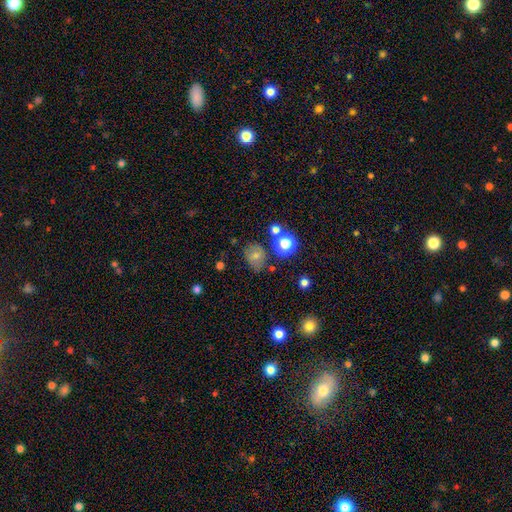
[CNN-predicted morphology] A smooth galaxy with no disk features (70%) that is round (56%). Merging: none (62%).